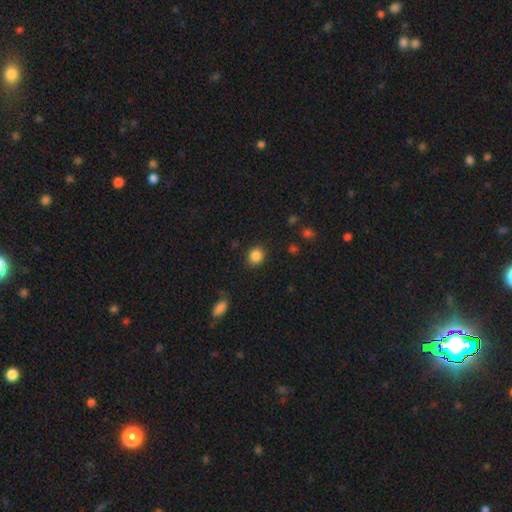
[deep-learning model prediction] smooth_or_featured: smooth (p=0.86) [alt: star or artifact p=0.10]
how_rounded: round (p=0.77) [alt: in between p=0.23]
merging: none (p=0.88) [alt: minor disturbance p=0.08]